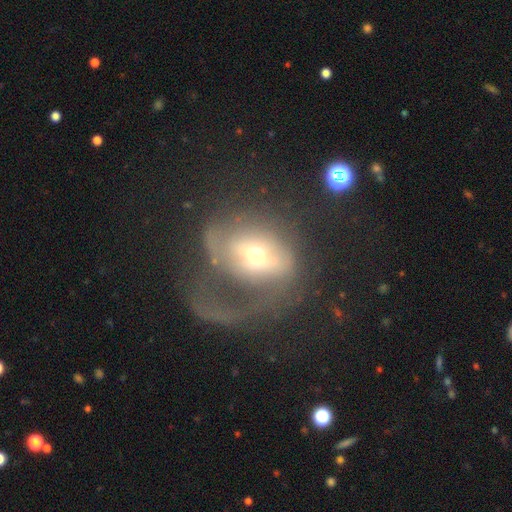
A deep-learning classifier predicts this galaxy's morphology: smooth-or-featured: featured or disk: 58% | smooth: 32% | star or artifact: 10%
  disk-edge-on: no: 94% | yes: 6%
    bar: no: 55% | weak: 28% | strong: 17%
    has-spiral-arms: yes: 52% | no: 48%
    bulge-size: moderate: 65% | small: 22% | large: 9% | dominant: 2% | none: 1%
  merging: major disturbance: 62% | none: 21% | minor disturbance: 12% | merger: 4%